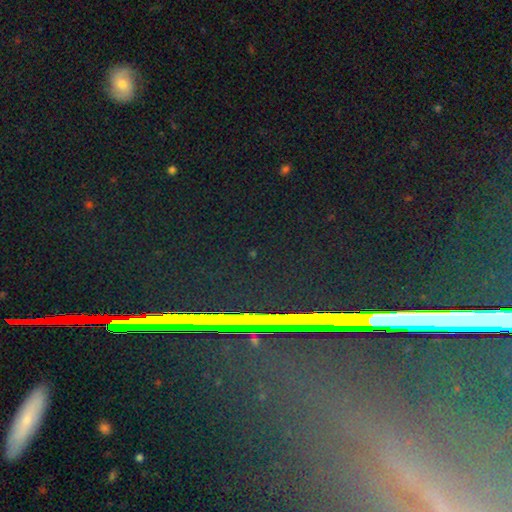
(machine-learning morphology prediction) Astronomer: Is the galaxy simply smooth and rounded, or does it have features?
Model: star or artifact — 83%.